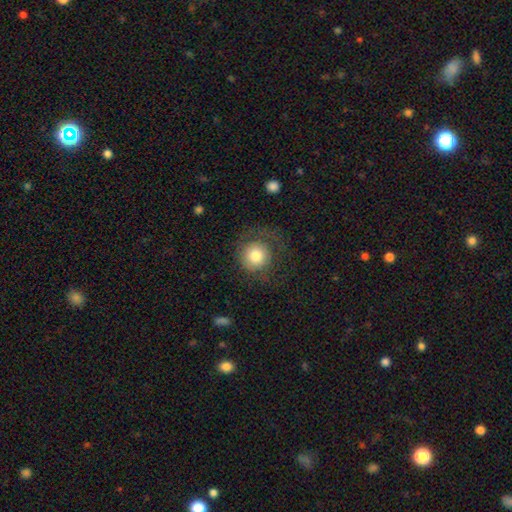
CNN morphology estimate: smooth_or_featured: smooth (p=0.74) [alt: featured or disk p=0.18]
how_rounded: round (p=0.93) [alt: in between p=0.06]
merging: none (p=0.62) [alt: major disturbance p=0.20]